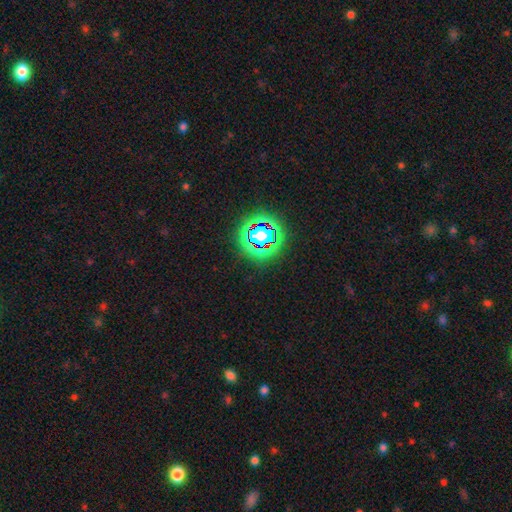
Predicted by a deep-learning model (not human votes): smooth-or-featured: star or artifact: 79% | smooth: 13% | featured or disk: 7%